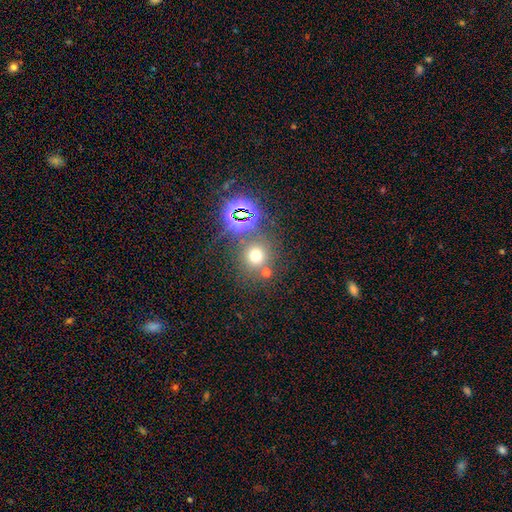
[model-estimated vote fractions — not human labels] Q: Smooth or featured?
A: smooth (60%); runner-up: star or artifact (30%)
Q: How rounded?
A: round (91%); runner-up: in between (8%)
Q: Merging?
A: none (71%); runner-up: merger (15%)